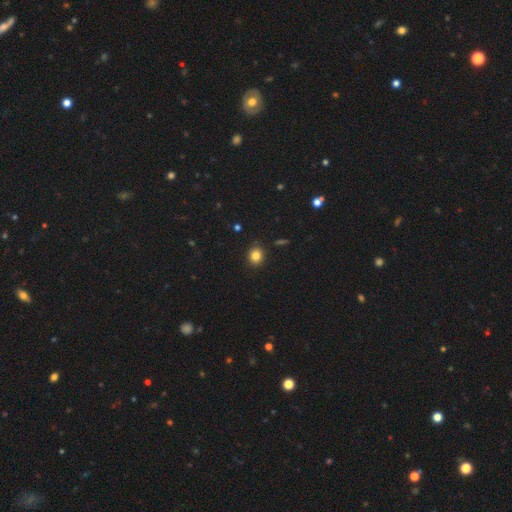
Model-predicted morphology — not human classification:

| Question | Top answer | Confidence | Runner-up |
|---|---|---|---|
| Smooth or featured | smooth | 83% | star or artifact (12%) |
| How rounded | round | 81% | in between (18%) |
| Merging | none | 90% | minor disturbance (7%) |